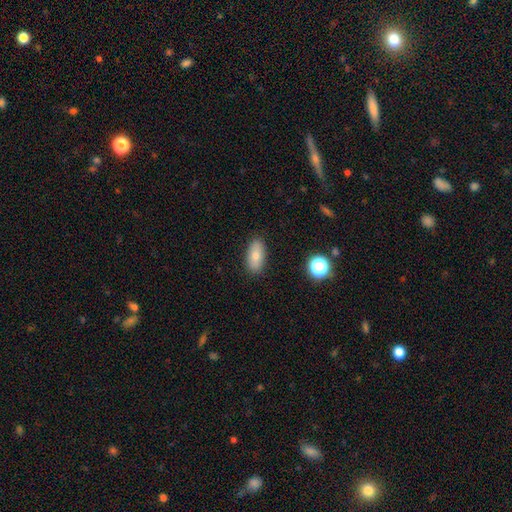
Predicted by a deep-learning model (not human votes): Smooth or featured? Predicted: smooth (p=0.75). How rounded? Predicted: in between (p=0.88). Merging? Predicted: none (p=0.87).